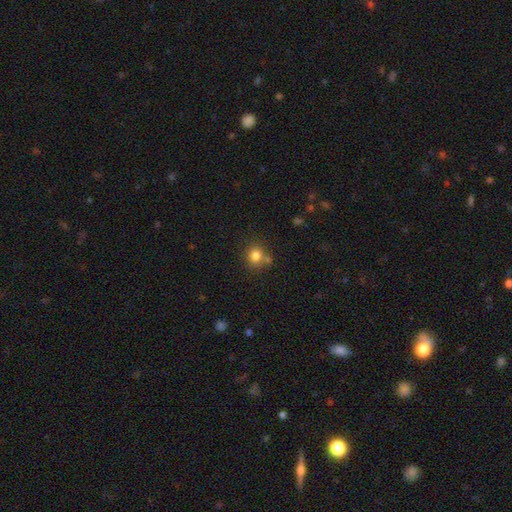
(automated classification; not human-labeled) Morphology: type=smooth (81%); roundness=round (86%); merging=none (70%).